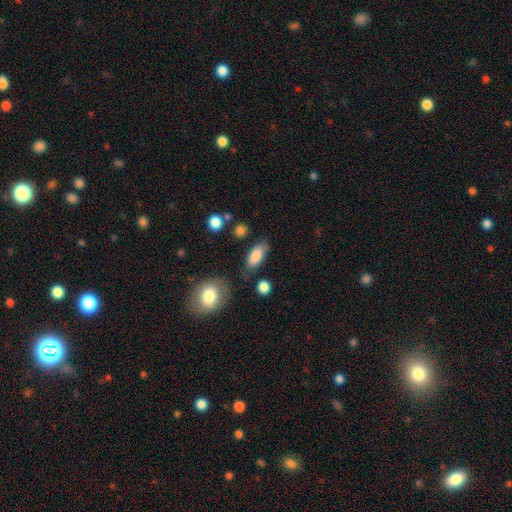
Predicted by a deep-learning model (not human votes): Q: Smooth or featured?
A: smooth (83%); runner-up: featured or disk (10%)
Q: How rounded?
A: in between (84%); runner-up: cigar-shaped (12%)
Q: Merging?
A: none (72%); runner-up: minor disturbance (18%)